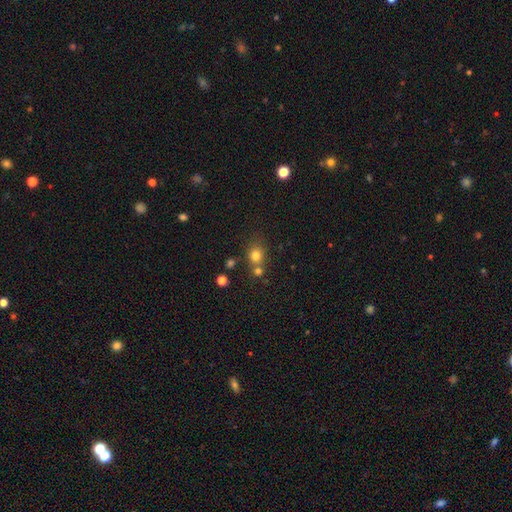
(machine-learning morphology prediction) smooth_or_featured: smooth (p=0.77) [alt: star or artifact p=0.15]
how_rounded: round (p=0.75) [alt: in between p=0.24]
merging: none (p=0.58) [alt: merger p=0.27]